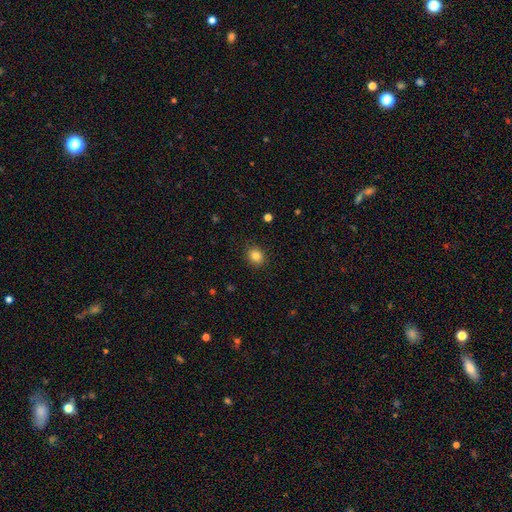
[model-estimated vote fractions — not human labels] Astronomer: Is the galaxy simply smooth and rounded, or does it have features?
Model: smooth — 84%.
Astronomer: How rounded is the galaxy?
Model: round — 68%.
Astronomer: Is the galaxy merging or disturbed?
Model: none — 89%.